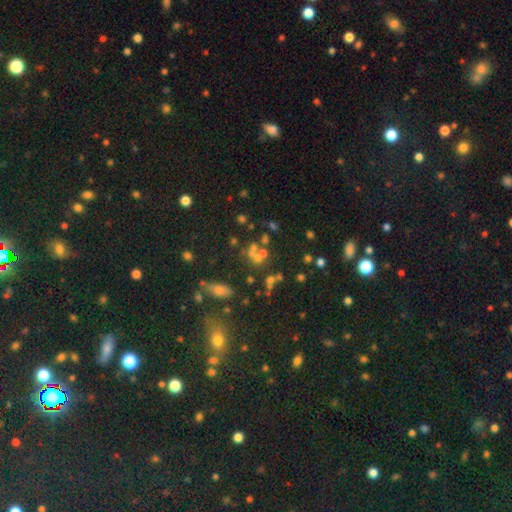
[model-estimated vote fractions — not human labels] smooth_or_featured: star or artifact (p=0.45) [alt: smooth p=0.37]